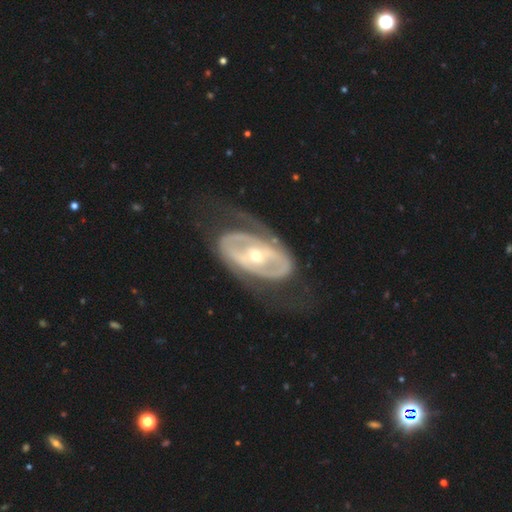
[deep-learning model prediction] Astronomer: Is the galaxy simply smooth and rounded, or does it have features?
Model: featured or disk — 82%.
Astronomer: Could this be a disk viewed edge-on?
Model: no — 93%.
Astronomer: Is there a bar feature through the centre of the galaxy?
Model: no — 37%, tied with strong at 37%.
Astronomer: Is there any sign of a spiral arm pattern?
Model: yes — 60% (runner-up: no, 40%).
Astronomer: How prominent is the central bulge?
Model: small — 51% (runner-up: moderate, 45%).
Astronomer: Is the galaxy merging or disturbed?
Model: none — 59%.